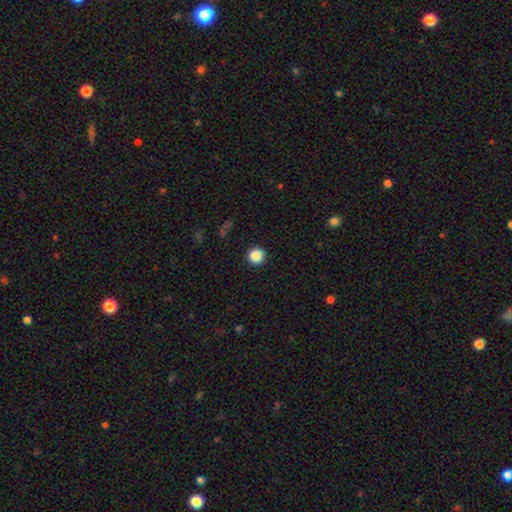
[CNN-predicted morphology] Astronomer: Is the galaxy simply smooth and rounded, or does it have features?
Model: smooth — 87%.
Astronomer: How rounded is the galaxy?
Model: round — 95%.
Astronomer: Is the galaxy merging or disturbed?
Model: none — 92%.